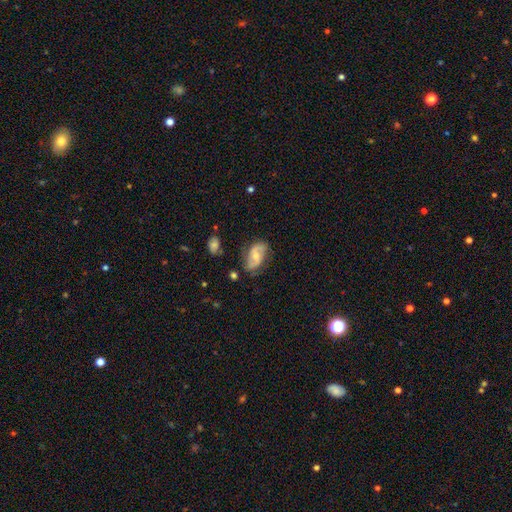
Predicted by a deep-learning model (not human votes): smooth-or-featured: featured or disk: 69% | smooth: 24% | star or artifact: 7%
  disk-edge-on: no: 96% | yes: 4%
    bar: no: 48% | weak: 40% | strong: 12%
    has-spiral-arms: yes: 90% | no: 10%
      spiral-winding: medium: 42% | loose: 39% | tight: 19%
      spiral-arm-count: 2: 87% | can't tell: 8% | 1: 2% | 3: 1% | 4: 1% | more than 4: 1%
    bulge-size: moderate: 53% | small: 39% | none: 3% | large: 3% | dominant: 1%
  merging: none: 70% | minor disturbance: 21% | major disturbance: 7% | merger: 3%